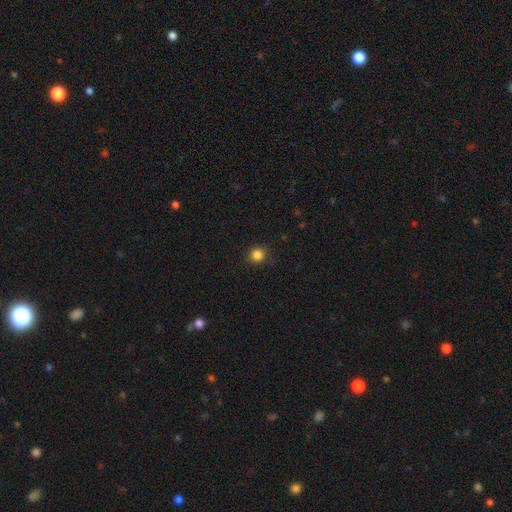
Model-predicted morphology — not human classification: Smooth or featured? smooth (85%)
How rounded? round (92%)
Merging? none (88%)